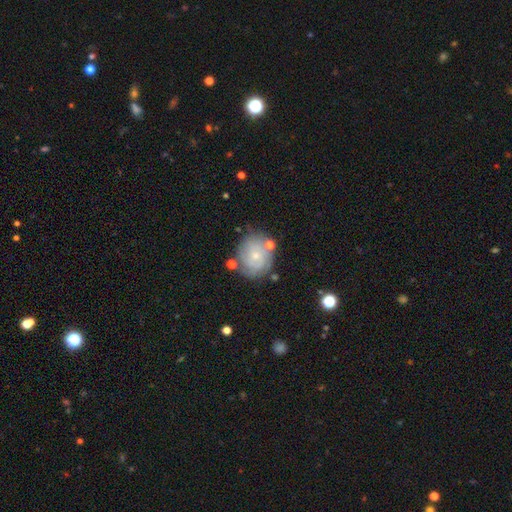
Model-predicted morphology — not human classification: The model was most divided on "spiral arm count": can't tell: 43%, 2: 26%, 3: 16%, 4: 7%, 1: 5%, more than 4: 4%. More confident: edge-on disk — no (98%); spiral arms — yes (83%); bar — no (77%); bulge size — small (75%); merging — none (70%); spiral winding — tight (69%); smooth or featured — featured or disk (63%).